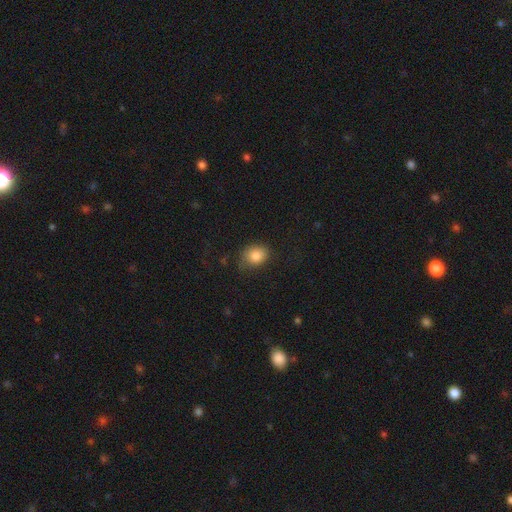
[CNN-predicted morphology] Smooth or featured? smooth (84%)
How rounded? in between (52%)
Merging? none (65%)